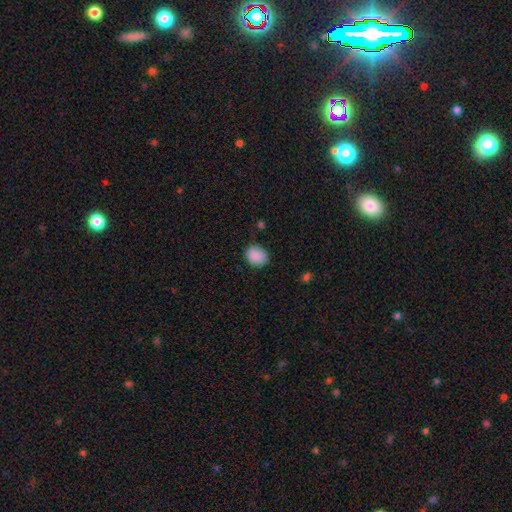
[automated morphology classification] smooth_or_featured: smooth (p=0.88) [alt: star or artifact p=0.08]
how_rounded: round (p=0.58) [alt: in between p=0.41]
merging: none (p=0.78) [alt: minor disturbance p=0.17]